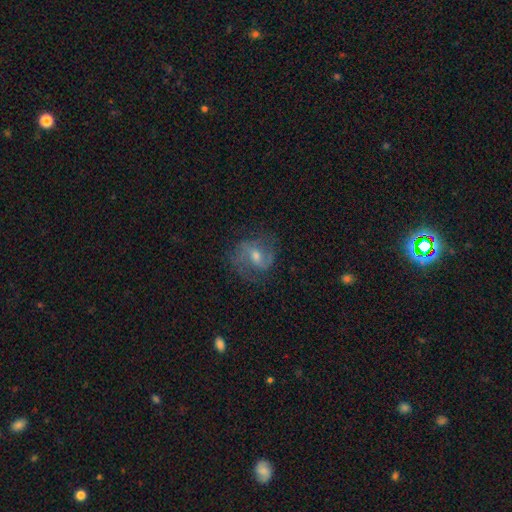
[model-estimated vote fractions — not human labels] featured or disk 74%, smooth 18%, star or artifact 8%. Down the decision tree: edge-on disk — no (97%); bar — weak (51%); spiral arms — yes (90%); spiral arm count — 2 (74%); spiral winding — medium (49%); bulge size — moderate (56%); merging — none (66%).